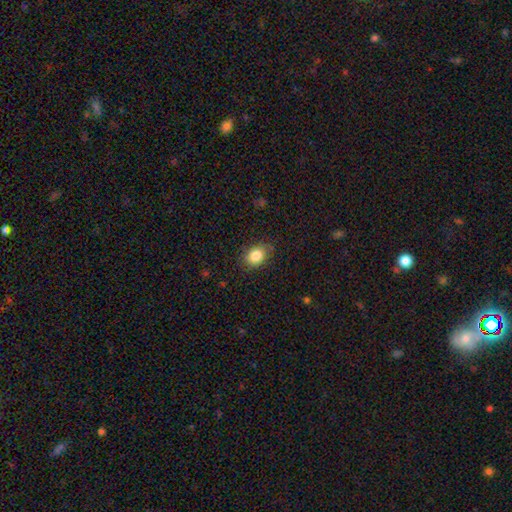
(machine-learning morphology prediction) Q: Smooth or featured?
A: smooth (85%); runner-up: star or artifact (9%)
Q: How rounded?
A: in between (60%); runner-up: round (39%)
Q: Merging?
A: none (79%); runner-up: minor disturbance (16%)